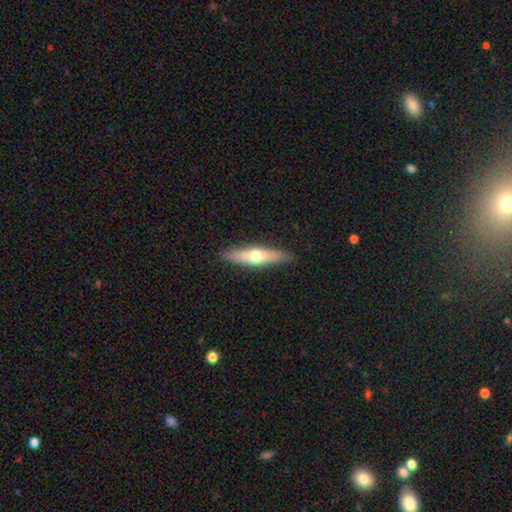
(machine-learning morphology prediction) Smooth or featured? Predicted: featured or disk (p=0.50). Merging? Predicted: none (p=0.89).